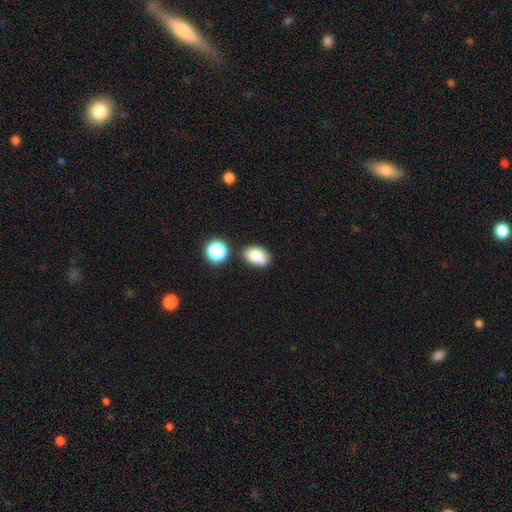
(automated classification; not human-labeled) smooth_or_featured: smooth (p=0.78) [alt: featured or disk p=0.11]
how_rounded: in between (p=0.79) [alt: round p=0.19]
merging: none (p=0.57) [alt: merger p=0.19]